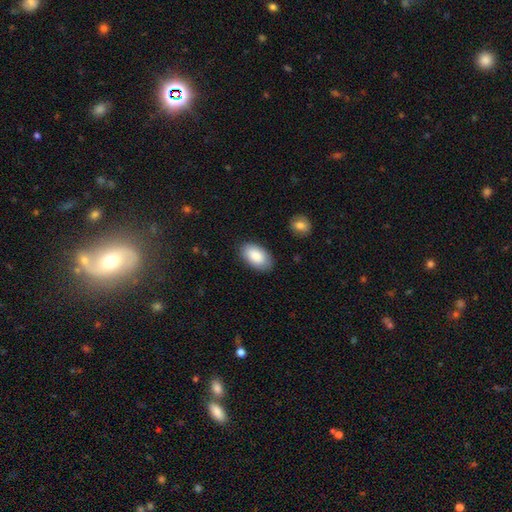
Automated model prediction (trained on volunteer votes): Smooth or featured? smooth (88%)
How rounded? in between (95%)
Merging? none (85%)